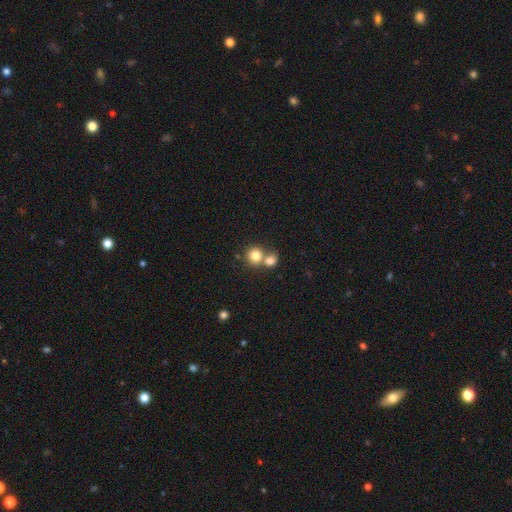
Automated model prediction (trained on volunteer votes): Morphology: type=smooth (81%); roundness=round (84%); merging=merger (48%).